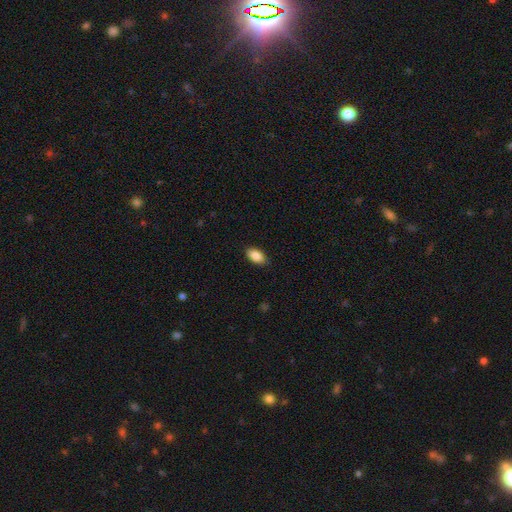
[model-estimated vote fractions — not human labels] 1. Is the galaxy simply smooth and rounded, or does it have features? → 88% smooth, 7% star or artifact, 5% featured or disk.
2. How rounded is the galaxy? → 93% in between, 4% round, 3% cigar-shaped.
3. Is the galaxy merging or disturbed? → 87% none, 10% minor disturbance, 2% major disturbance, 1% merger.